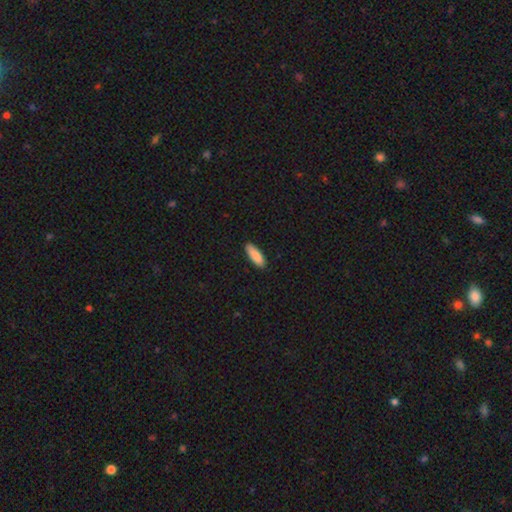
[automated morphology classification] Q: Smooth or featured?
A: smooth (89%); runner-up: star or artifact (6%)
Q: How rounded?
A: in between (56%); runner-up: cigar-shaped (42%)
Q: Merging?
A: none (88%); runner-up: minor disturbance (10%)